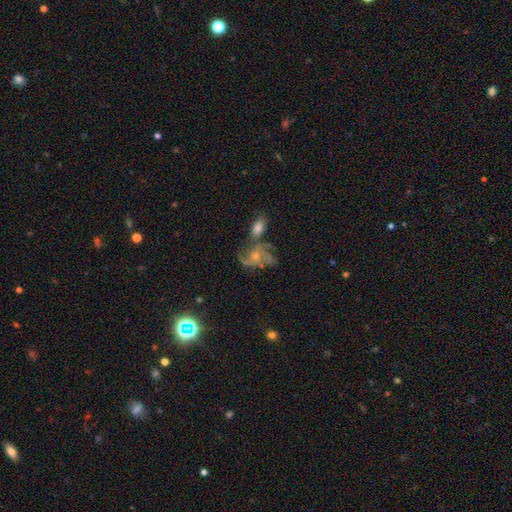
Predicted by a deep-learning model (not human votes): Smooth or featured?
  - featured or disk: 71% *
  - star or artifact: 16%
  - smooth: 13%
Edge-on disk?
  - no: 96% *
  - yes: 4%
Bar?
  - no: 66% *
  - weak: 28%
  - strong: 6%
Spiral arms?
  - yes: 93% *
  - no: 7%
Spiral winding?
  - medium: 51% *
  - tight: 28%
  - loose: 21%
Spiral arm count?
  - 3: 31% *
  - 2: 28%
  - can't tell: 21%
  - 4: 8%
  - 1: 6%
  - more than 4: 6%
Bulge size?
  - small: 52% *
  - moderate: 39%
  - none: 4%
  - large: 3%
  - dominant: 1%
Merging?
  - none: 47% *
  - merger: 25%
  - minor disturbance: 16%
  - major disturbance: 12%